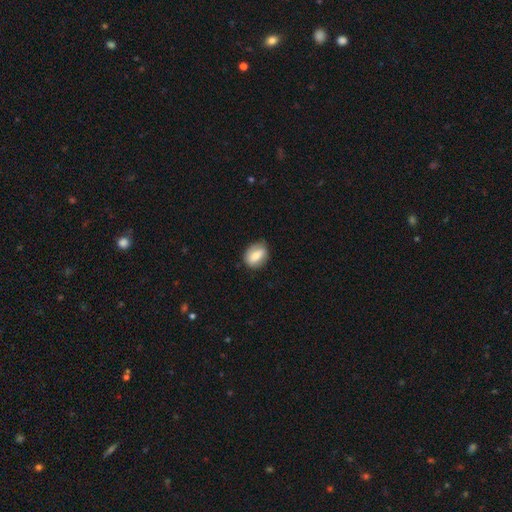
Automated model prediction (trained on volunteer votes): Smooth or featured: smooth — 73% (featured or disk — 19%)
How rounded: in between — 68% (round — 31%)
Merging: none — 76% (minor disturbance — 19%)